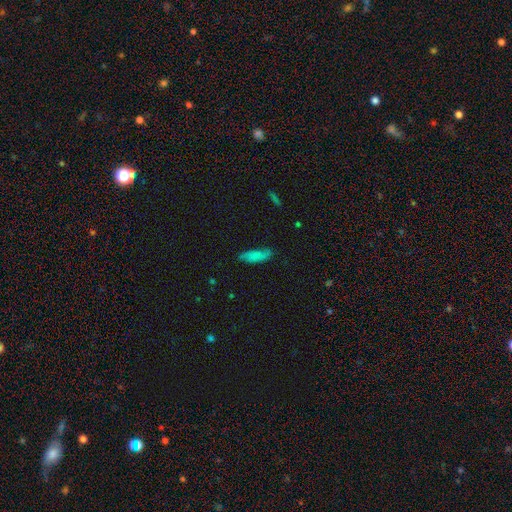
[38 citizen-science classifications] A smooth galaxy with no disk features (63%) that is in between round and cigar-shaped (88%).

Vote fractions:
- Smooth or featured? smooth: 63% / featured or disk: 34% / star or artifact: 3%
- How rounded? in between: 88% / cigar-shaped: 12% / round: 0%
- Merging? none: 73% / minor disturbance: 24% / major disturbance: 3% / merger: 0%